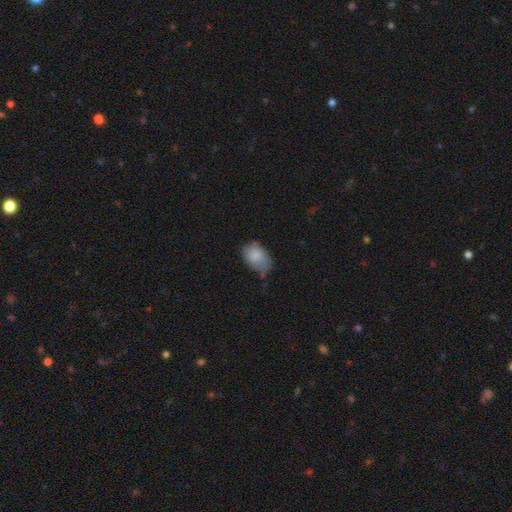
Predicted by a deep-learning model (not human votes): smooth-or-featured: smooth: 83% | featured or disk: 9% | star or artifact: 7%
  how-rounded: in between: 85% | round: 14% | cigar-shaped: 1%
  merging: none: 47% | minor disturbance: 38% | major disturbance: 11% | merger: 4%